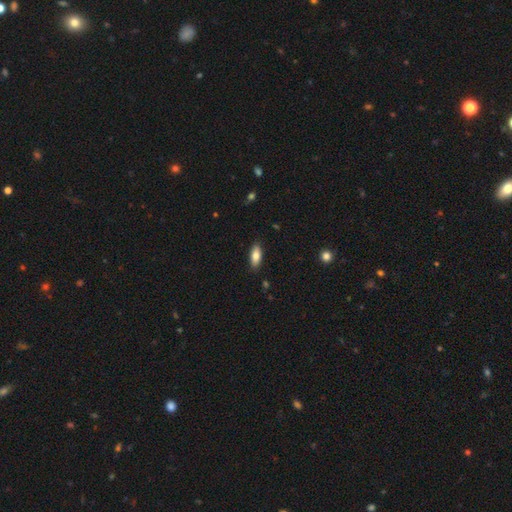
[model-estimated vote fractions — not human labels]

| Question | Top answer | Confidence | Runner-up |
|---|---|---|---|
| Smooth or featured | smooth | 82% | featured or disk (12%) |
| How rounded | in between | 82% | cigar-shaped (15%) |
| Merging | none | 87% | minor disturbance (10%) |